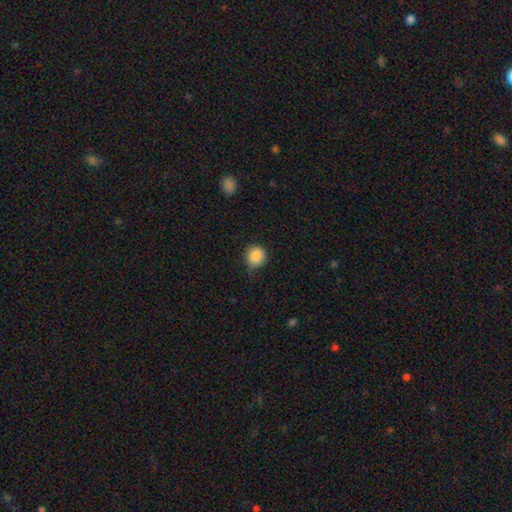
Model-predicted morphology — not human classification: Smooth or featured: smooth — 87% (star or artifact — 9%)
How rounded: round — 86% (in between — 13%)
Merging: none — 60% (minor disturbance — 31%)